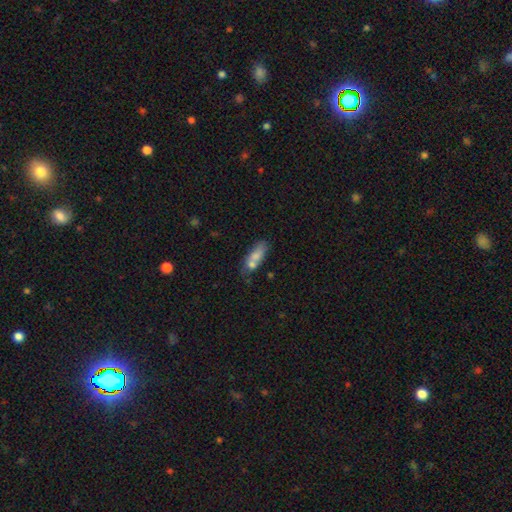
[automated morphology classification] The model was most divided on "merging": none: 39%, merger: 35%, minor disturbance: 18%, major disturbance: 8%. More confident: smooth or featured — smooth (71%); how rounded — in between (66%).